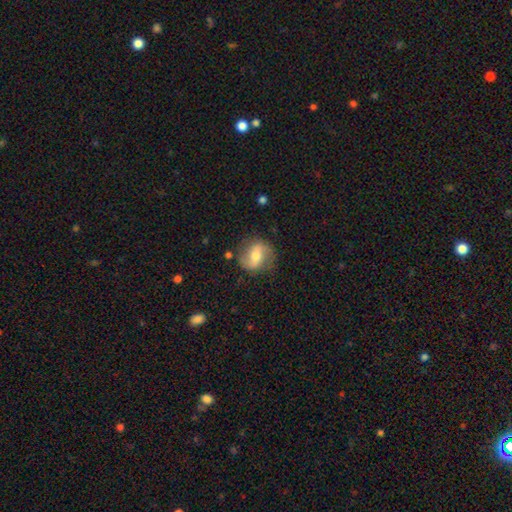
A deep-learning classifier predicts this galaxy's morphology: featured or disk 60%, smooth 33%, star or artifact 7%. Down the decision tree: edge-on disk — no (95%); bar — weak (41%); spiral arms — yes (84%); bulge size — moderate (60%); merging — none (76%).